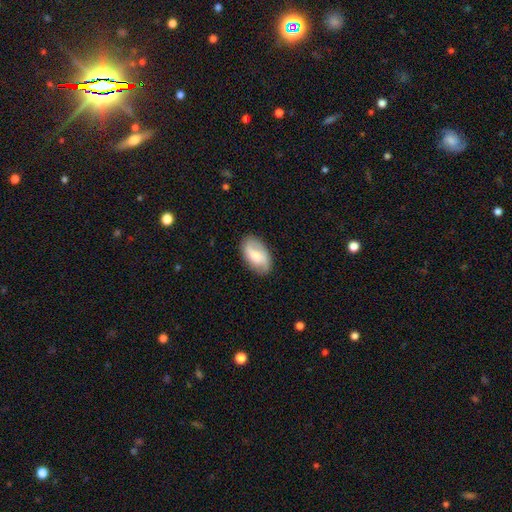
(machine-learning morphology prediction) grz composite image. It shows a smooth galaxy with no disk features (51%) that is in between round and cigar-shaped (92%). Merging: none (81%).